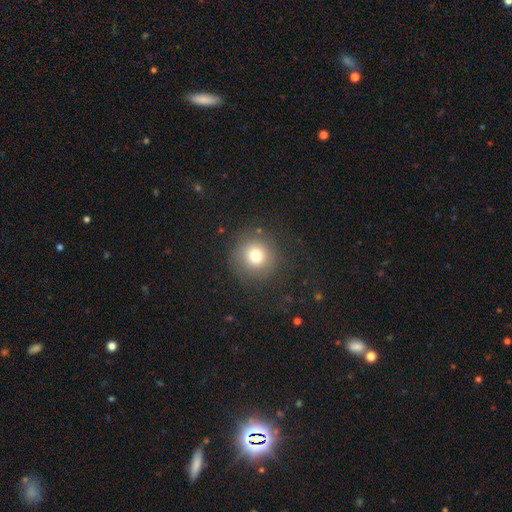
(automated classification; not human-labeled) Smooth or featured? Predicted: smooth (p=0.75). How rounded? Predicted: round (p=0.94). Merging? Predicted: none (p=0.86).